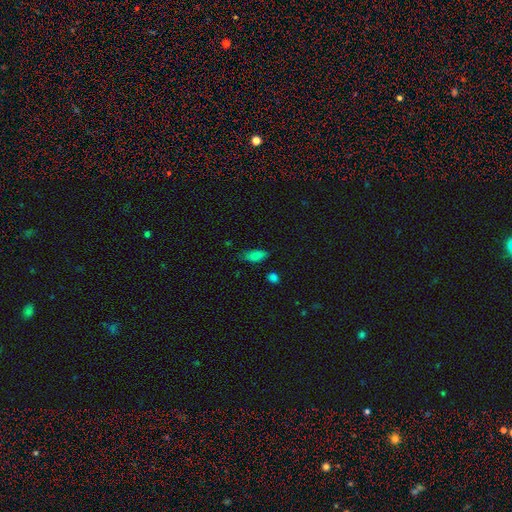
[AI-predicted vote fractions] smooth_or_featured: smooth (p=0.82) [alt: star or artifact p=0.12]
how_rounded: in between (p=0.81) [alt: cigar-shaped p=0.15]
merging: none (p=0.67) [alt: minor disturbance p=0.25]